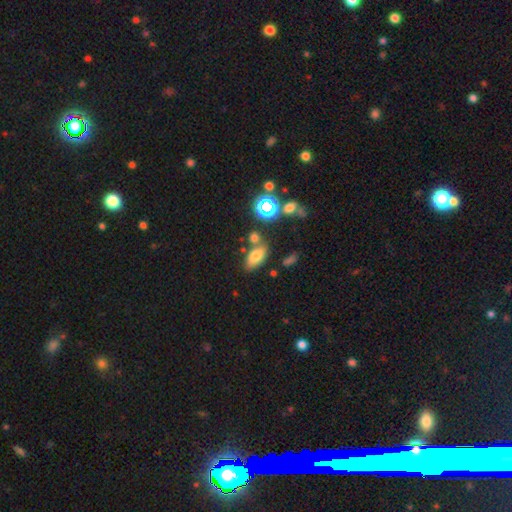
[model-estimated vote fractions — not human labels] smooth 72%, star or artifact 15%, featured or disk 13%. Down the decision tree: how rounded — in between (86%); merging — none (66%).